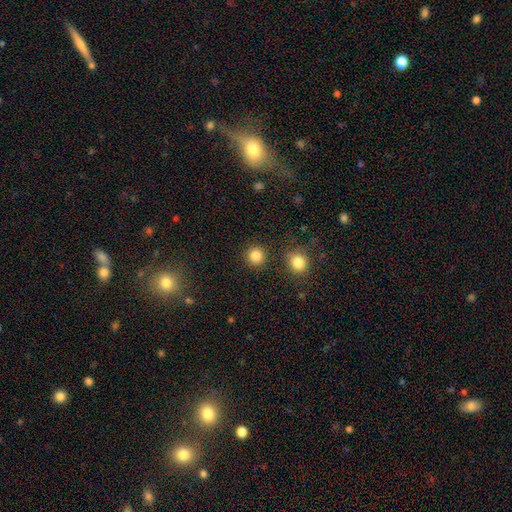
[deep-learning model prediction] Morphology: type=smooth (85%); roundness=round (93%); merging=none (89%).